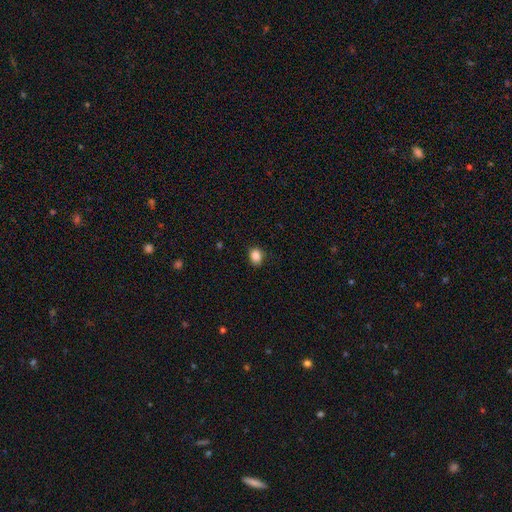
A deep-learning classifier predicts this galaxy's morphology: smooth_or_featured: smooth (p=0.86) [alt: star or artifact p=0.10]
how_rounded: in between (p=0.51) [alt: round p=0.48]
merging: none (p=0.82) [alt: minor disturbance p=0.14]